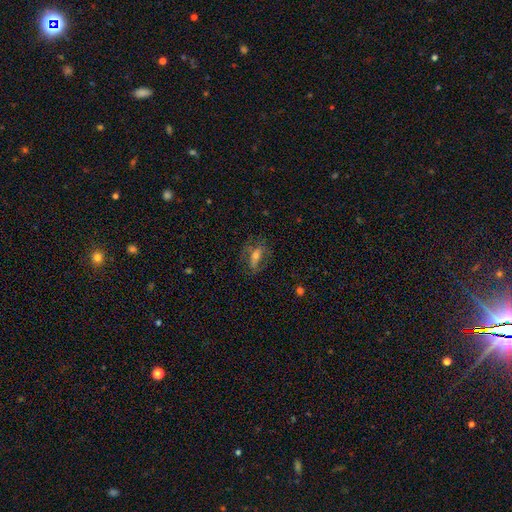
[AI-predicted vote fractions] Smooth or featured: featured or disk — 53% (smooth — 35%)
Edge-on disk: no — 78% (yes — 22%)
Merging: none — 65% (minor disturbance — 18%)